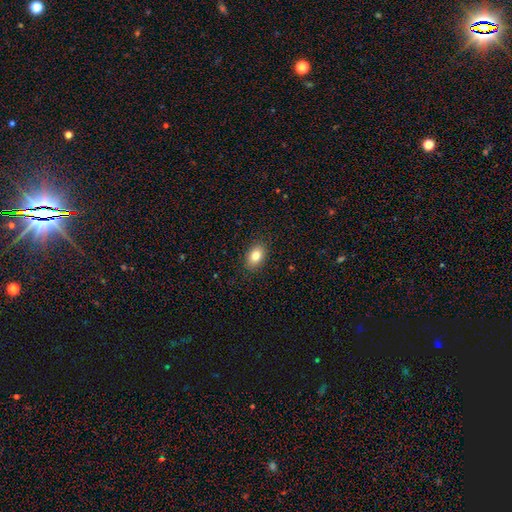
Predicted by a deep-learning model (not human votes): Q: Smooth or featured?
A: smooth (82%); runner-up: featured or disk (9%)
Q: How rounded?
A: in between (83%); runner-up: round (15%)
Q: Merging?
A: none (89%); runner-up: minor disturbance (8%)